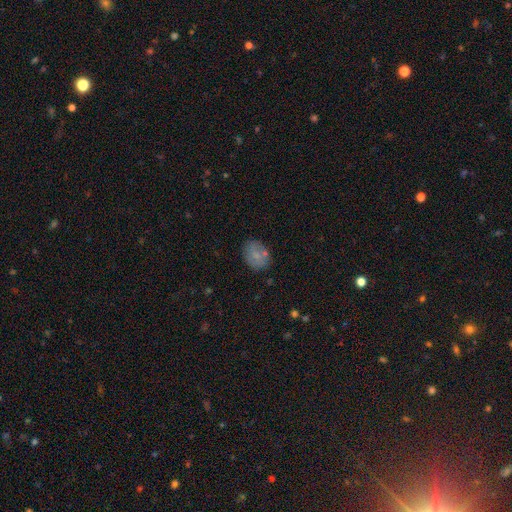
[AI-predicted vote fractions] Q: Smooth or featured?
A: smooth (68%); runner-up: featured or disk (23%)
Q: How rounded?
A: in between (63%); runner-up: round (36%)
Q: Merging?
A: none (69%); runner-up: minor disturbance (18%)